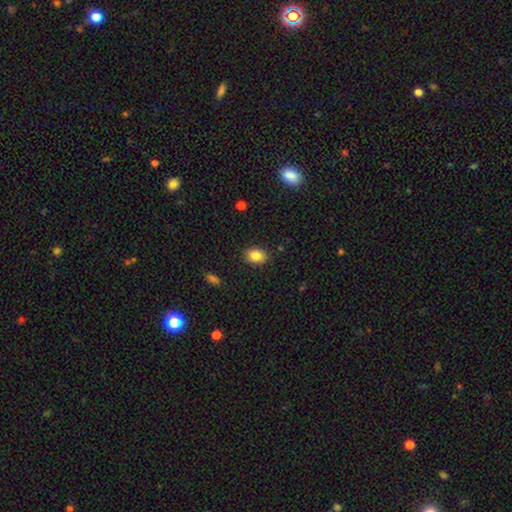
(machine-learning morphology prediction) Smooth or featured? Predicted: smooth (p=0.85). How rounded? Predicted: in between (p=0.69). Merging? Predicted: none (p=0.87).